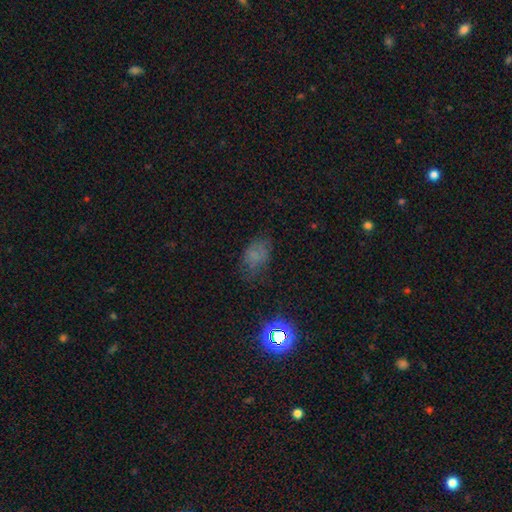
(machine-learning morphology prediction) Smooth or featured: smooth — 60% (star or artifact — 26%)
How rounded: in between — 80% (round — 19%)
Merging: none — 57% (minor disturbance — 27%)